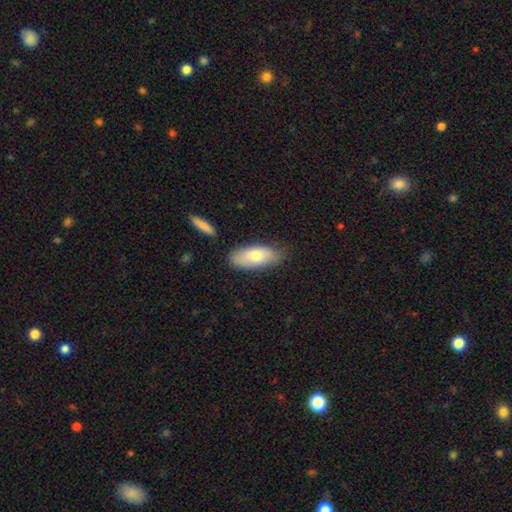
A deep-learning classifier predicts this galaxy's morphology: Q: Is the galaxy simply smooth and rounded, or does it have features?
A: smooth — 75%.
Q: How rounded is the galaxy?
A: in between — 83%.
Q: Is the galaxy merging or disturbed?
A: none — 76%.